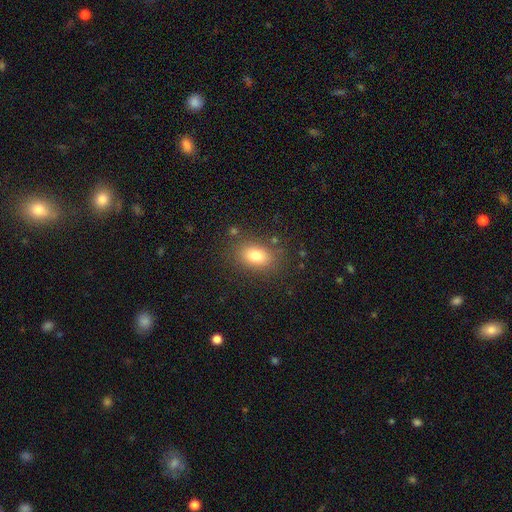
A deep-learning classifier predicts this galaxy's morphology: Smooth or featured? Predicted: smooth (p=0.80). How rounded? Predicted: in between (p=0.80). Merging? Predicted: none (p=0.81).